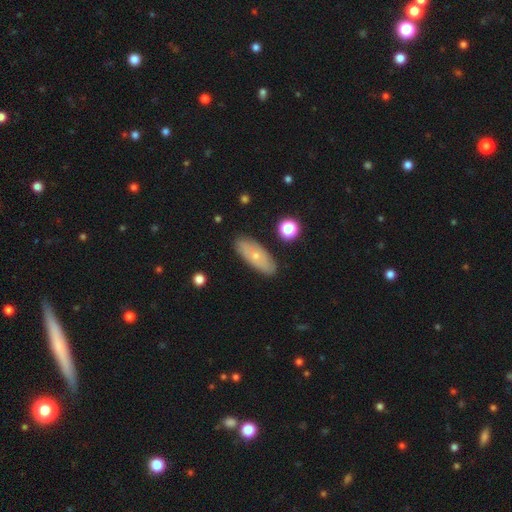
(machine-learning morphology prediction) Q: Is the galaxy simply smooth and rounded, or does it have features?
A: smooth — 50%.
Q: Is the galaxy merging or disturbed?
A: none — 85%.